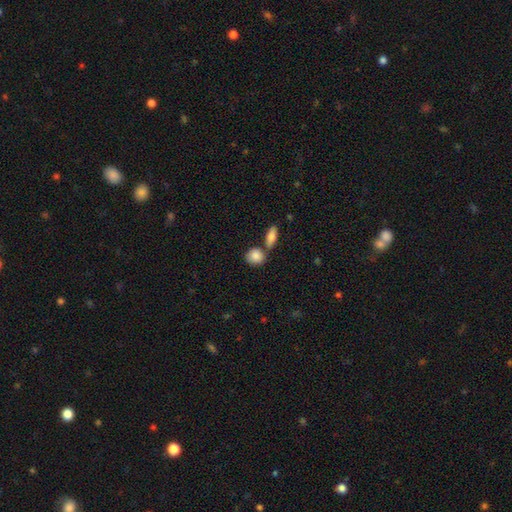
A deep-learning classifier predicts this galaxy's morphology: smooth_or_featured: smooth (p=0.87) [alt: star or artifact p=0.07]
how_rounded: round (p=0.57) [alt: in between p=0.40]
merging: none (p=0.60) [alt: merger p=0.24]